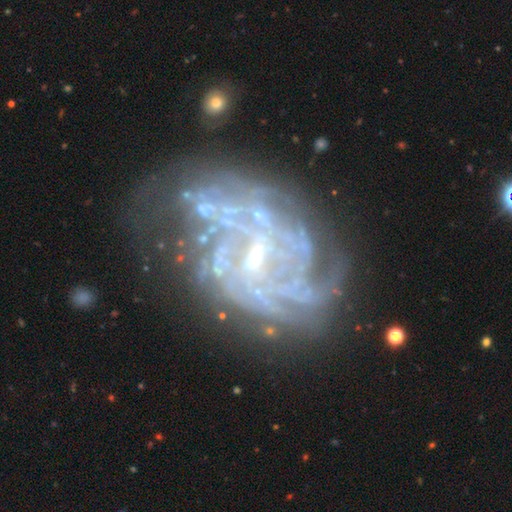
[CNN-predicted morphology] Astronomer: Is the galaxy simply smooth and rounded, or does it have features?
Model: featured or disk — 86%.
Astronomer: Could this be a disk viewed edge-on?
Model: no — 97%.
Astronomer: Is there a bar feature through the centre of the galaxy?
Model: weak — 46% (runner-up: no, 39%).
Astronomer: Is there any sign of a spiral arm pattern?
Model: yes — 91%.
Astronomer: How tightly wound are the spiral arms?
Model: tight — 59%.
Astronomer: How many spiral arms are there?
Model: can't tell — 38% (runner-up: 4, 16%).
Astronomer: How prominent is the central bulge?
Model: small — 70%.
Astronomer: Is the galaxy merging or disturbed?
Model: none — 60%.